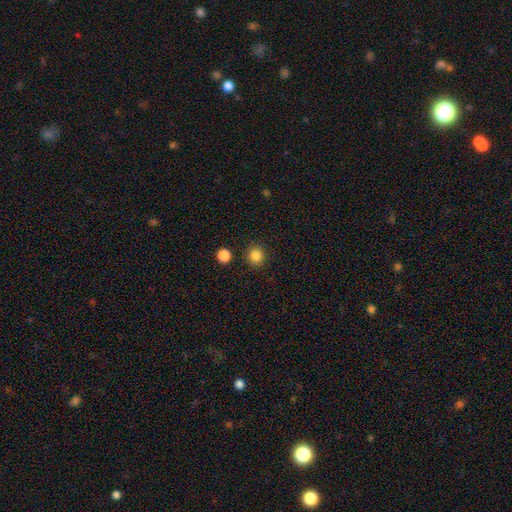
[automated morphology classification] Smooth or featured: smooth — 84% (star or artifact — 12%)
How rounded: round — 92% (in between — 7%)
Merging: none — 89% (minor disturbance — 6%)